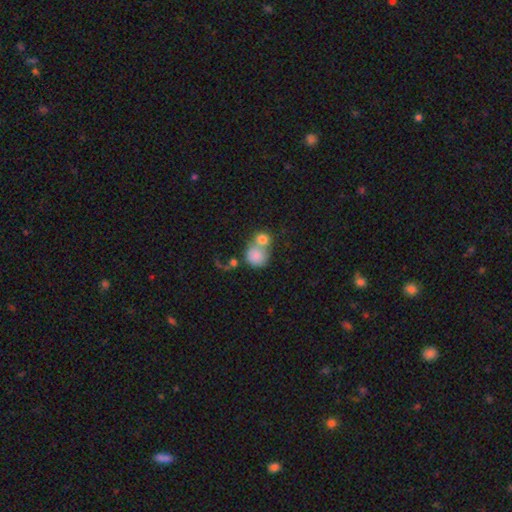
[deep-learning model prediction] Morphology: type=smooth (80%); roundness=round (81%); merging=merger (58%).